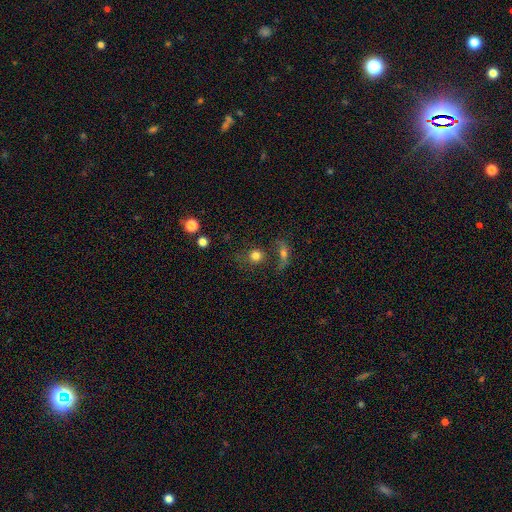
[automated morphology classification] smooth_or_featured: smooth (p=0.75) [alt: star or artifact p=0.13]
how_rounded: round (p=0.83) [alt: in between p=0.15]
merging: none (p=0.53) [alt: merger p=0.22]